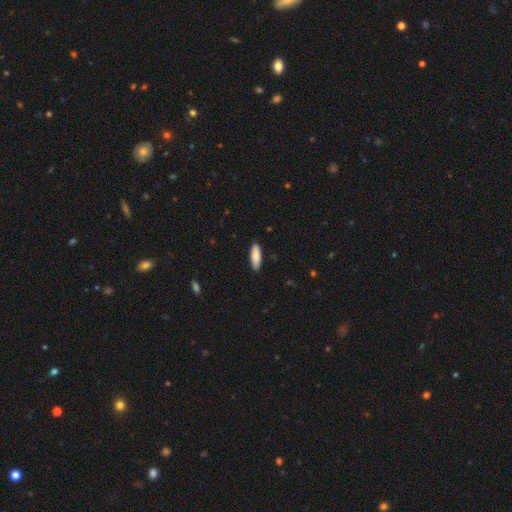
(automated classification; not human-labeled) Smooth or featured?
  - smooth: 86% *
  - featured or disk: 9%
  - star or artifact: 5%
How rounded?
  - in between: 56% *
  - cigar-shaped: 42%
  - round: 2%
Merging?
  - none: 89% *
  - minor disturbance: 9%
  - major disturbance: 2%
  - merger: 1%